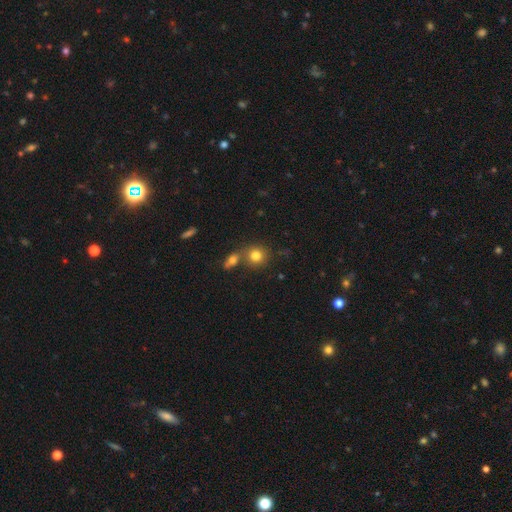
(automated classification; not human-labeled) Smooth or featured?
  - smooth: 80% *
  - star or artifact: 11%
  - featured or disk: 9%
How rounded?
  - round: 84% *
  - in between: 15%
  - cigar-shaped: 1%
Merging?
  - none: 59% *
  - merger: 28%
  - minor disturbance: 9%
  - major disturbance: 4%